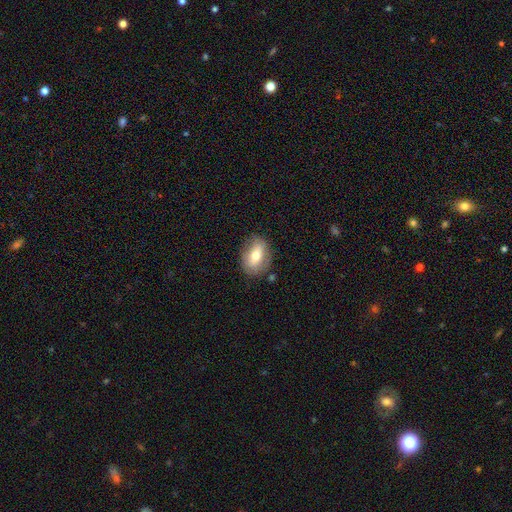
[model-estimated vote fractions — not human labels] Smooth or featured?
  - smooth: 64% *
  - featured or disk: 28%
  - star or artifact: 8%
How rounded?
  - in between: 79% *
  - round: 19%
  - cigar-shaped: 2%
Merging?
  - none: 78% *
  - minor disturbance: 15%
  - major disturbance: 4%
  - merger: 2%